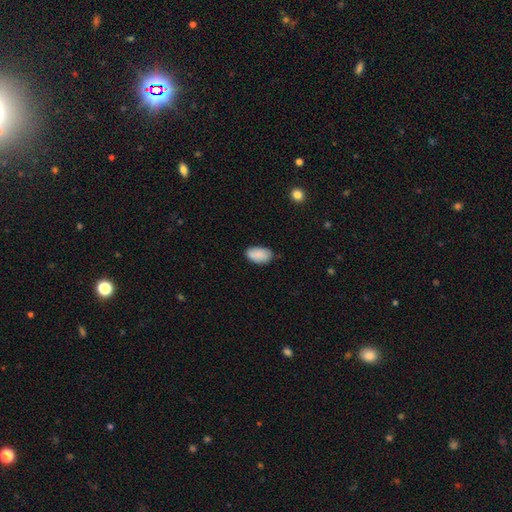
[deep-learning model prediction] This is clearly a smooth galaxy (88%). How rounded: clearly in between (94%). Merging: likely none (74%).